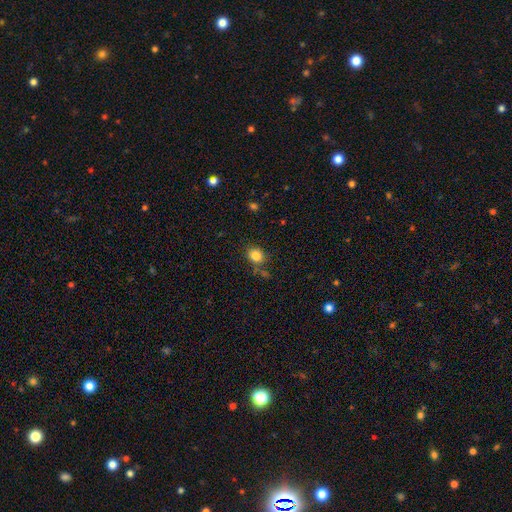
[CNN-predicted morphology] The model was most divided on "how rounded": round: 62%, in between: 37%, cigar-shaped: 1%. More confident: smooth or featured — smooth (84%); merging — none (76%).